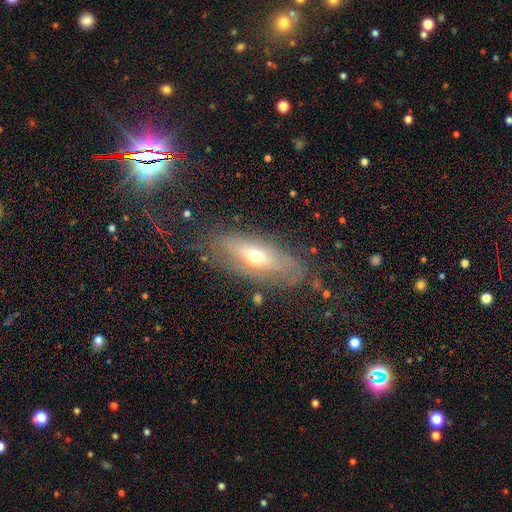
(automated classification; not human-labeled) smooth_or_featured: featured or disk (p=0.53) [alt: smooth p=0.37]
disk_edge_on: no (p=0.65) [alt: yes p=0.35]
merging: none (p=0.70) [alt: minor disturbance p=0.19]